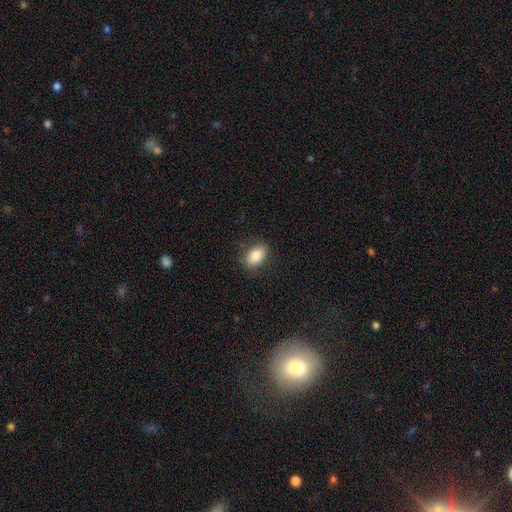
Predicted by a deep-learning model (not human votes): Smooth or featured? smooth (82%)
How rounded? in between (81%)
Merging? none (84%)